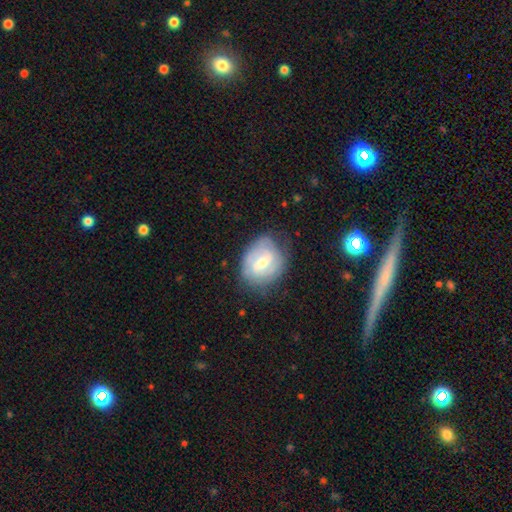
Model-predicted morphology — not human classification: type=featured or disk (68%); edge-on=no (97%); bar=weak (56%); spiral arms=yes (82%); winding=tight (52%); arm count=2 (51%); bulge=moderate (51%); merging=none (69%).